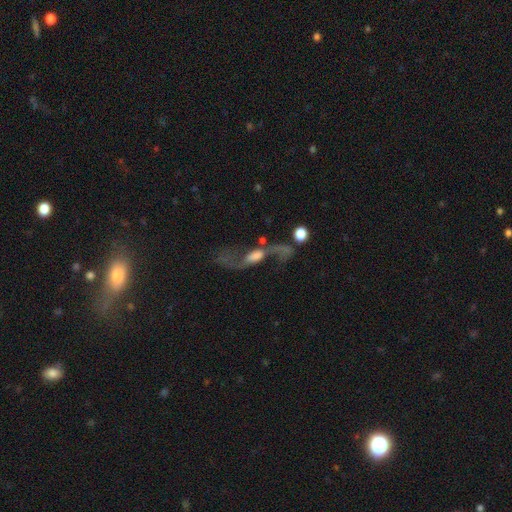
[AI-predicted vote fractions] This is likely a featured or disk galaxy (77%). It is clearly not viewed edge-on (87%). Bar: marginally weak (41%). Spiral arm pattern: clearly yes (89%). Spiral arm count: clearly 2 (91%). Spiral winding: clearly loose (90%). Central bulge: marginally moderate (36%). Merging: possibly none (46%).